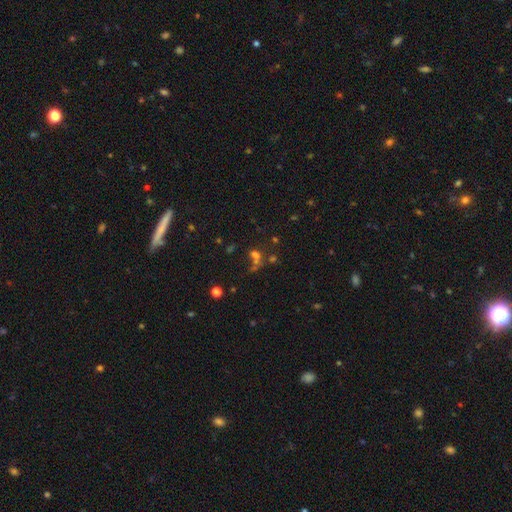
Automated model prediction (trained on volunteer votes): Smooth or featured?
  - smooth: 44% *
  - star or artifact: 38%
  - featured or disk: 18%
Merging?
  - merger: 41% *
  - none: 36%
  - major disturbance: 13%
  - minor disturbance: 10%